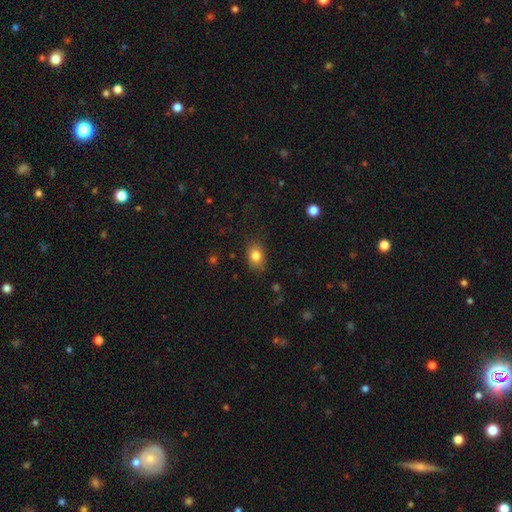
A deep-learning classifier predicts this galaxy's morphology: smooth_or_featured: smooth (p=0.82) [alt: star or artifact p=0.10]
how_rounded: in between (p=0.74) [alt: round p=0.25]
merging: none (p=0.83) [alt: minor disturbance p=0.13]